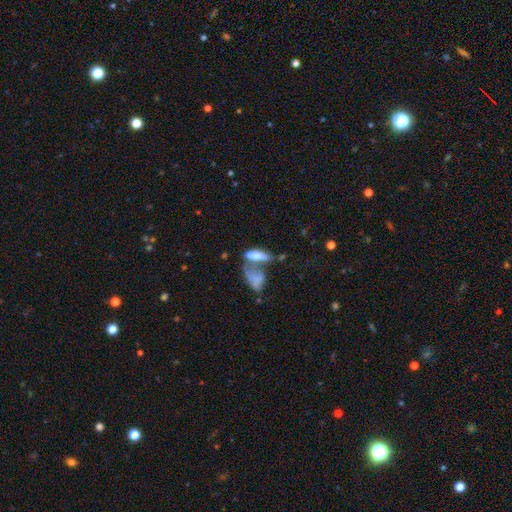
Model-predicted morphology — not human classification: smooth-or-featured: smooth: 65% | featured or disk: 25% | star or artifact: 10%
  how-rounded: in between: 66% | cigar-shaped: 30% | round: 4%
  merging: merger: 56% | none: 22% | major disturbance: 12% | minor disturbance: 10%